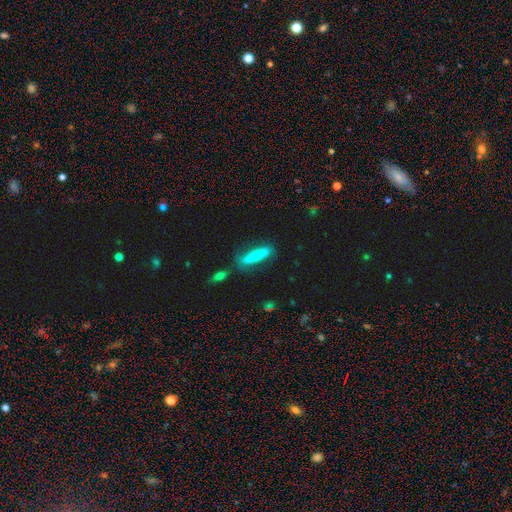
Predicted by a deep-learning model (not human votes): Q: Smooth or featured?
A: smooth (59%); runner-up: featured or disk (34%)
Q: How rounded?
A: cigar-shaped (62%); runner-up: in between (36%)
Q: Merging?
A: none (64%); runner-up: minor disturbance (18%)